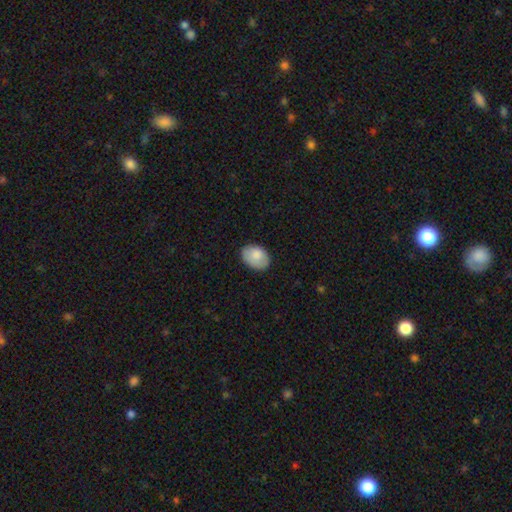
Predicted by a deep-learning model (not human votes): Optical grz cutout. It shows a smooth galaxy with no disk features (84%) that is in between round and cigar-shaped (80%). Merging: none (81%).